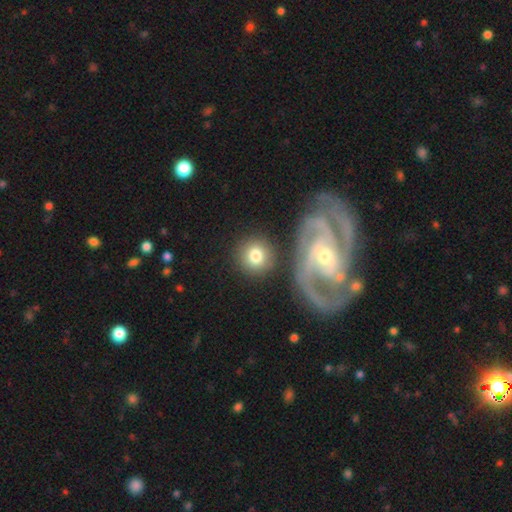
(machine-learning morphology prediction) Smooth or featured?
  - smooth: 74% *
  - featured or disk: 18%
  - star or artifact: 8%
How rounded?
  - round: 89% *
  - in between: 9%
  - cigar-shaped: 1%
Merging?
  - none: 73% *
  - merger: 12%
  - minor disturbance: 10%
  - major disturbance: 5%